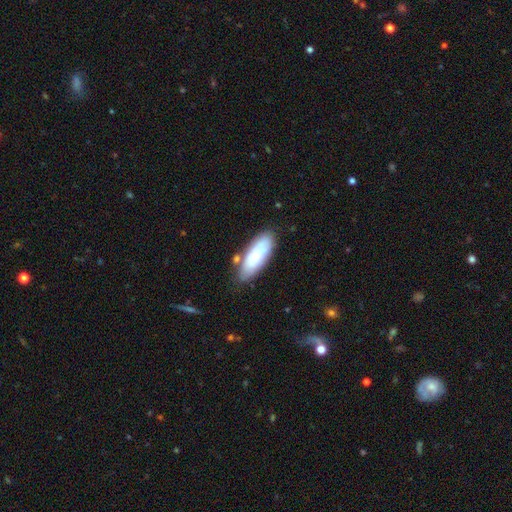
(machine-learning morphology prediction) The model was most divided on "smooth or featured": smooth: 68%, featured or disk: 26%, star or artifact: 6%. More confident: how rounded — in between (73%); merging — none (71%).